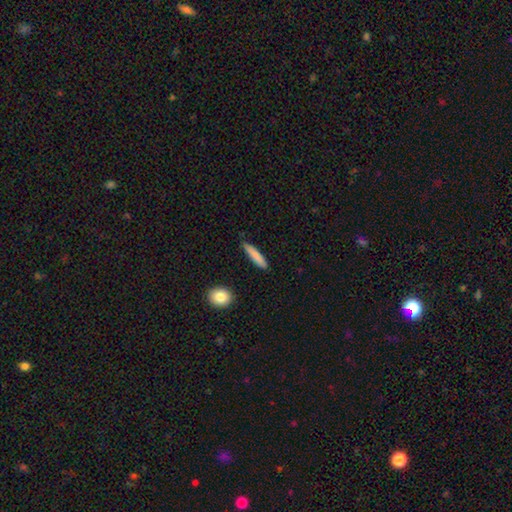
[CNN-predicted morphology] This is clearly a smooth galaxy (80%). How rounded: clearly cigar-shaped (88%). Merging: clearly none (84%).